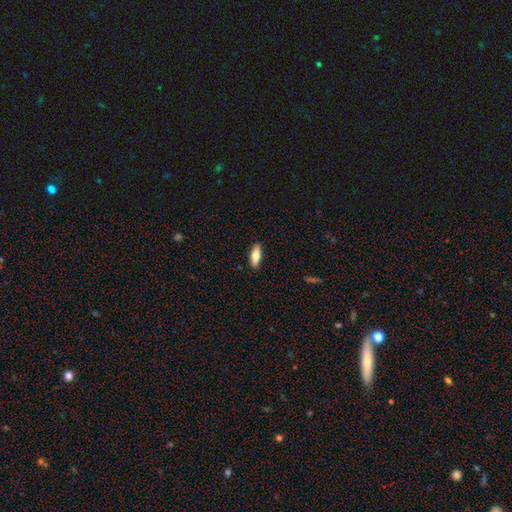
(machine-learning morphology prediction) This is likely a smooth galaxy (71%). How rounded: likely in between (63%). Merging: clearly none (90%).